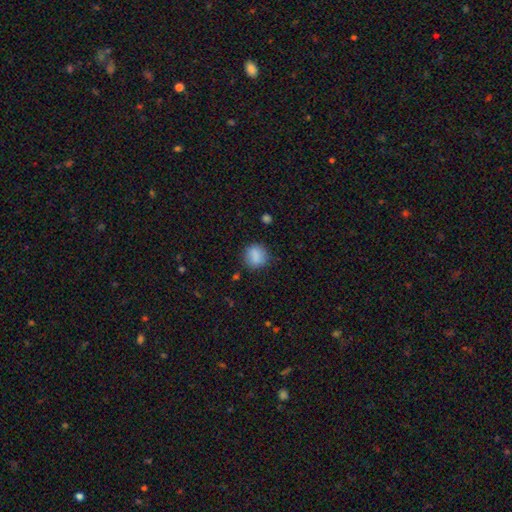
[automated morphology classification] The model was most divided on "how rounded": round: 74%, in between: 25%, cigar-shaped: 1%. More confident: smooth or featured — smooth (84%); merging — none (80%).